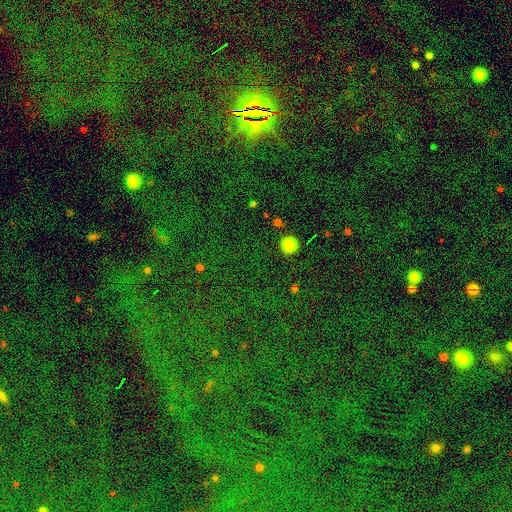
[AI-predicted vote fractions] Smooth or featured? star or artifact (82%)